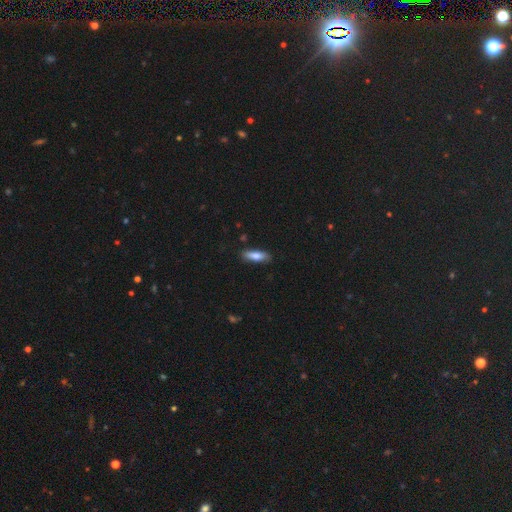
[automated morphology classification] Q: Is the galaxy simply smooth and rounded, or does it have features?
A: smooth — 78%.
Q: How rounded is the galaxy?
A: cigar-shaped — 51%.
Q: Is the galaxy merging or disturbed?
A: none — 83%.